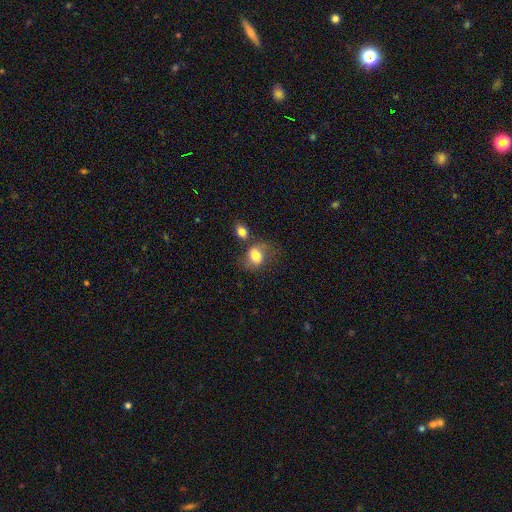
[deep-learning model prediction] This is likely a smooth galaxy (74%). How rounded: likely in between (63%). Merging: possibly none (48%).